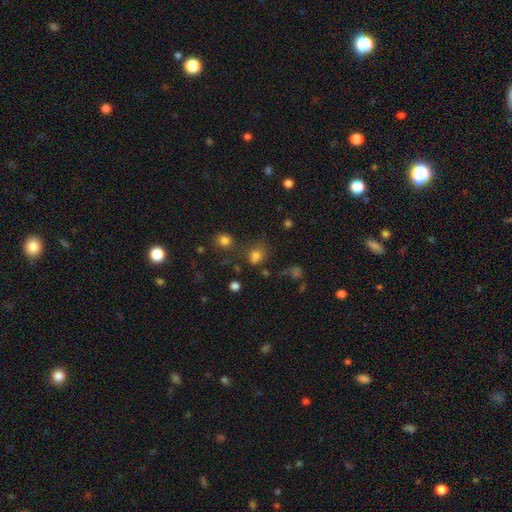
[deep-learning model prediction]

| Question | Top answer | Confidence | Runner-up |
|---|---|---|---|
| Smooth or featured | smooth | 75% | star or artifact (17%) |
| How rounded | round | 65% | in between (34%) |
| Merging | none | 57% | minor disturbance (19%) |